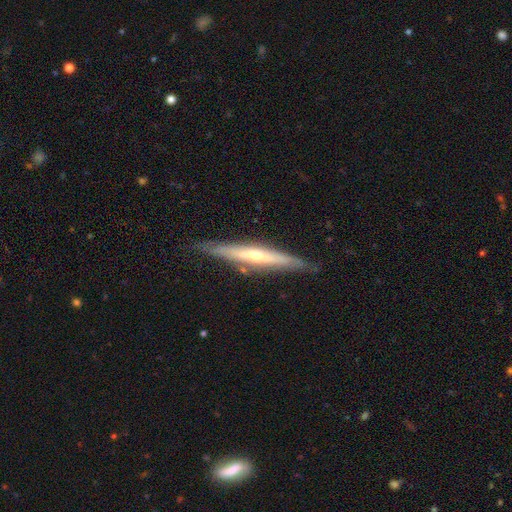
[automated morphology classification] Smooth or featured? featured or disk (70%)
Edge-on disk? yes (91%)
Edge-on bulge? rounded (75%)
Merging? none (84%)